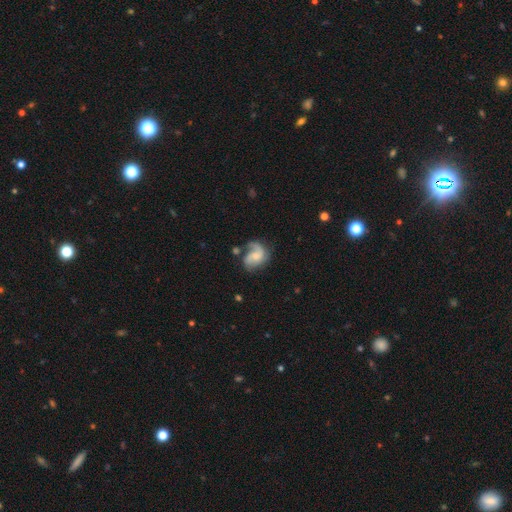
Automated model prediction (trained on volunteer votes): This appears to be a featured or disk galaxy (71%) with no bar (56%), 2 (50%) medium (42%) spiral arms (91%) and a small central bulge (42%). Merging: none (44%).